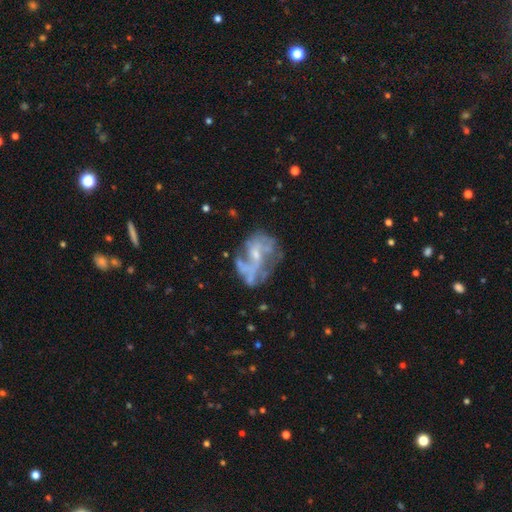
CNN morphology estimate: A featured or disk galaxy (72%) with no bar (57%), spiral arms (59%) and a small central bulge (51%). Merging: none (41%).